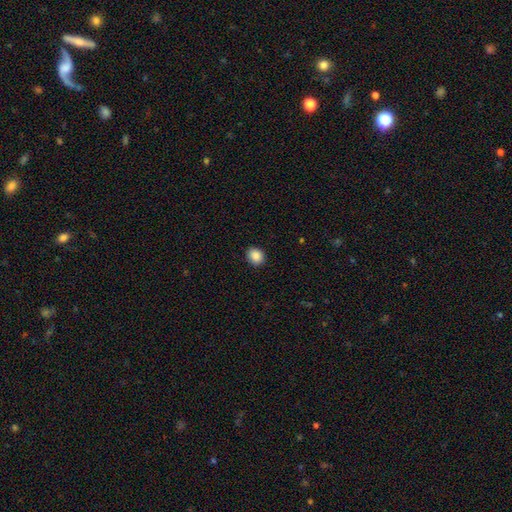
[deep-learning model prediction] A smooth galaxy with no disk features (88%) that is round (66%).

Vote fractions:
- Smooth or featured? smooth: 88% / star or artifact: 9% / featured or disk: 3%
- How rounded? round: 66% / in between: 33% / cigar-shaped: 1%
- Merging? none: 91% / minor disturbance: 6% / major disturbance: 2% / merger: 1%